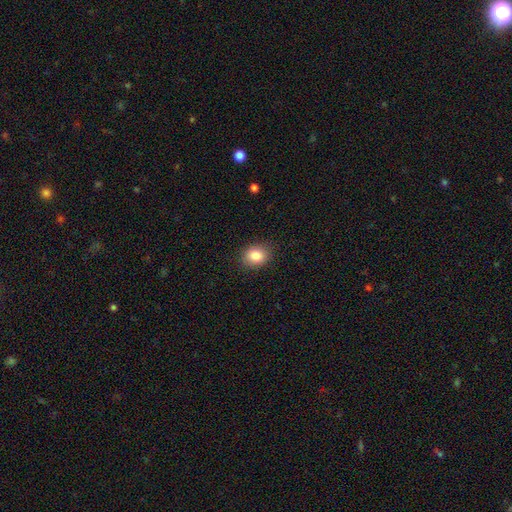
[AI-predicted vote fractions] smooth-or-featured: smooth: 84% | star or artifact: 9% | featured or disk: 6%
  how-rounded: in between: 53% | round: 46% | cigar-shaped: 1%
  merging: none: 87% | minor disturbance: 10% | major disturbance: 3% | merger: 1%